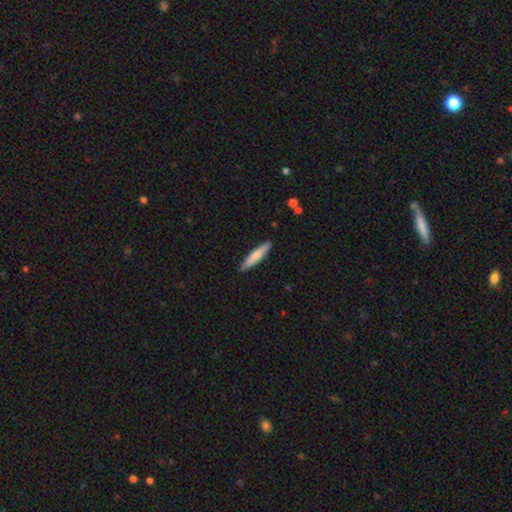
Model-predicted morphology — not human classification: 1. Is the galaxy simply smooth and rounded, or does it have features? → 72% smooth, 23% featured or disk, 5% star or artifact.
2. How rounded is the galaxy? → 90% cigar-shaped, 9% in between, 1% round.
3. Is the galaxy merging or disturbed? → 89% none, 8% minor disturbance, 2% major disturbance, 1% merger.